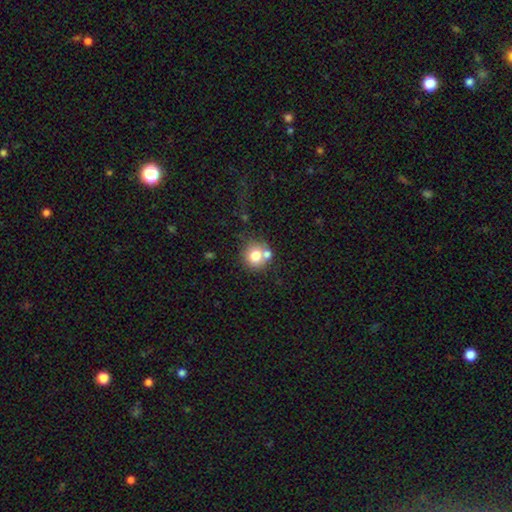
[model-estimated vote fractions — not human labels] This appears to be a smooth galaxy with no disk features (75%) that is round (87%). Merging: none (56%).